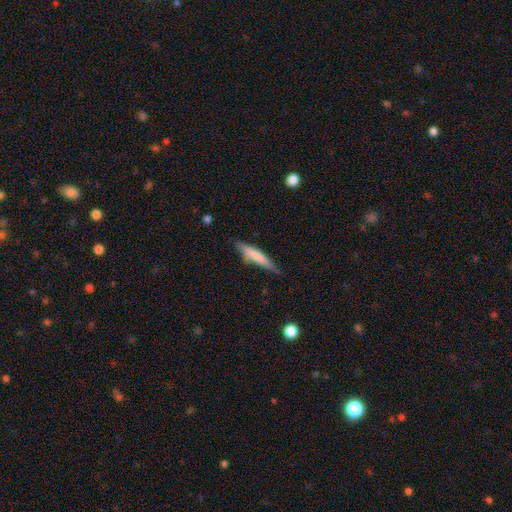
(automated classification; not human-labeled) A smooth galaxy with no disk features (68%) that is cigar-shaped (87%).

Vote fractions:
- Smooth or featured? smooth: 68% / featured or disk: 27% / star or artifact: 6%
- How rounded? cigar-shaped: 87% / in between: 12% / round: 1%
- Merging? none: 68% / minor disturbance: 24% / major disturbance: 5% / merger: 3%